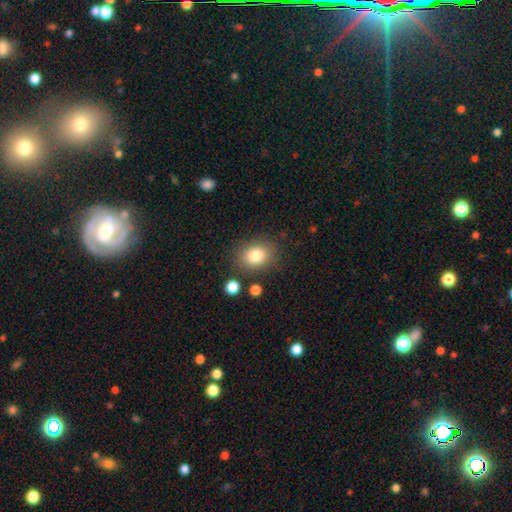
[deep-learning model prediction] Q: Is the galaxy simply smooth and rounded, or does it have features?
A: smooth — 82%.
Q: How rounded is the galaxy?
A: in between — 54%.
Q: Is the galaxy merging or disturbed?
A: none — 81%.